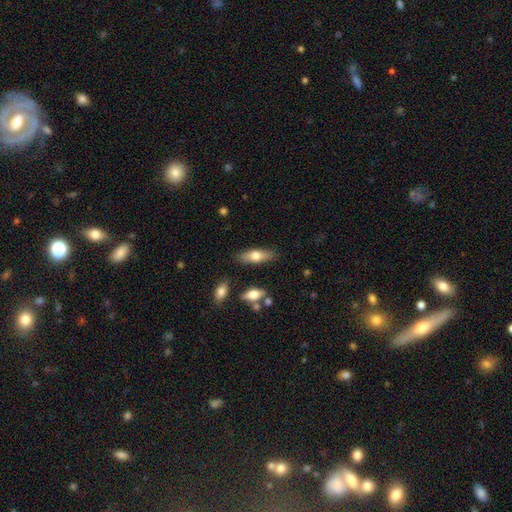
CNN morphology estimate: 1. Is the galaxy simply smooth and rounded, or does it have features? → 66% smooth, 27% featured or disk, 7% star or artifact.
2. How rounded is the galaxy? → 58% in between, 40% cigar-shaped, 3% round.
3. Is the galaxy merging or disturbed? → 81% none, 12% minor disturbance, 4% merger, 3% major disturbance.